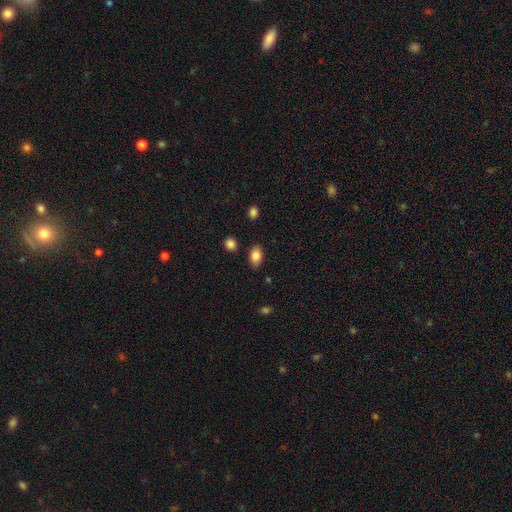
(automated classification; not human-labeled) Smooth or featured? smooth (85%)
How rounded? in between (85%)
Merging? none (84%)